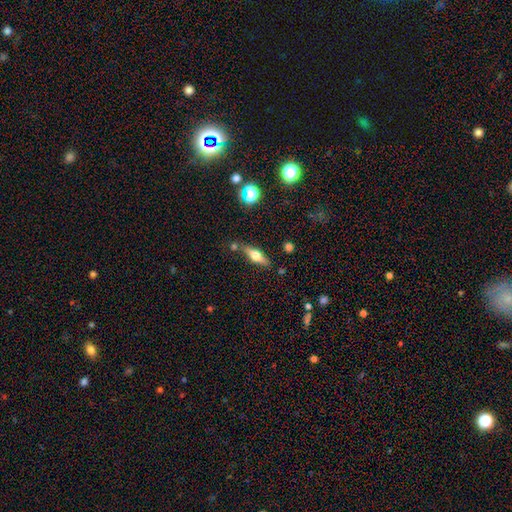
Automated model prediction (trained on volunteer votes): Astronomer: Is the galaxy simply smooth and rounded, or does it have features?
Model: featured or disk — 50% (runner-up: smooth, 41%).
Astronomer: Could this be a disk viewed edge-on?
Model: yes — 91%.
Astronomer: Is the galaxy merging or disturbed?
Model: none — 76%.